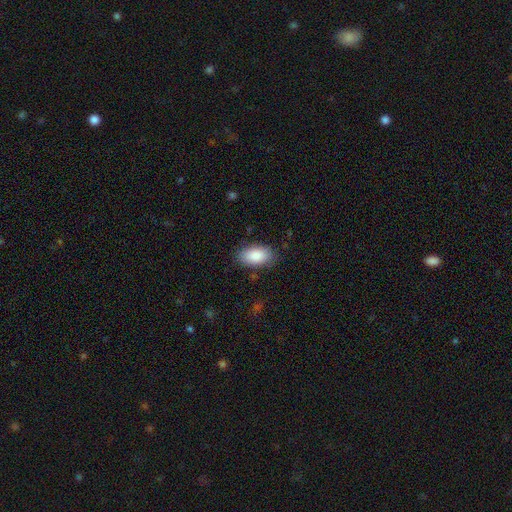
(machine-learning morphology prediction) smooth-or-featured: smooth: 88% | star or artifact: 6% | featured or disk: 6%
  how-rounded: in between: 94% | round: 3% | cigar-shaped: 2%
  merging: none: 83% | minor disturbance: 13% | major disturbance: 3% | merger: 1%